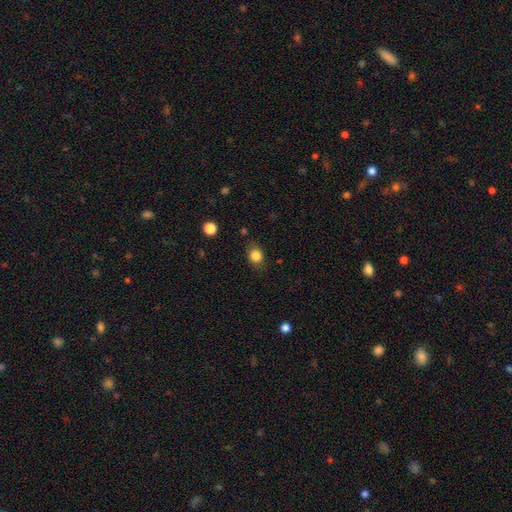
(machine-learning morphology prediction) Overall: smooth (83%). How rounded: round (58%; in between 41%). Merging: none (77%).